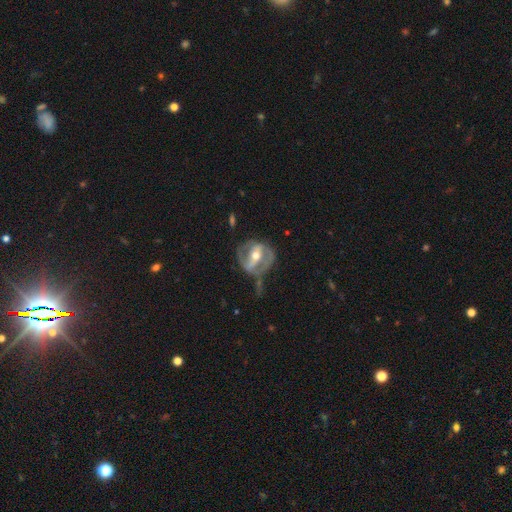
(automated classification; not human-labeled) smooth_or_featured: featured or disk (p=0.81) [alt: smooth p=0.14]
disk_edge_on: no (p=0.94) [alt: yes p=0.06]
bar: strong (p=0.62) [alt: weak p=0.25]
has_spiral_arms: yes (p=0.70) [alt: no p=0.30]
spiral_winding: medium (p=0.42) [alt: tight p=0.35]
spiral_arm_count: 2 (p=0.77) [alt: can't tell p=0.13]
bulge_size: moderate (p=0.70) [alt: small p=0.23]
merging: none (p=0.48) [alt: minor disturbance p=0.23]